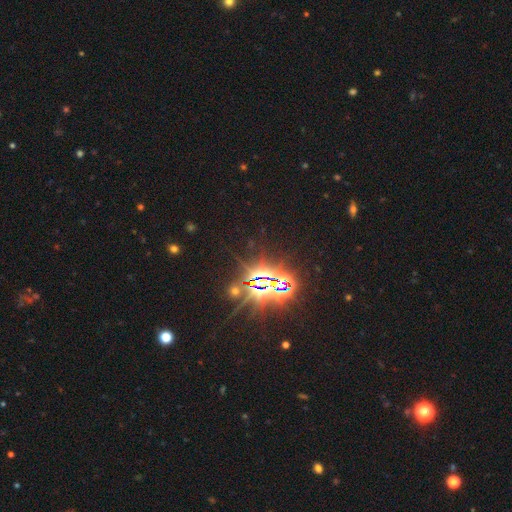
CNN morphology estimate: smooth_or_featured: star or artifact (p=0.84) [alt: smooth p=0.10]